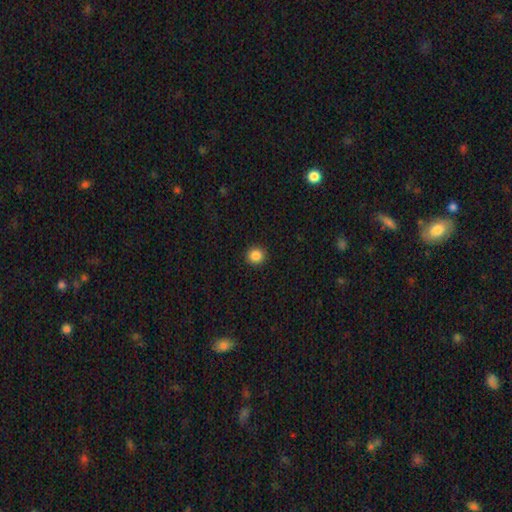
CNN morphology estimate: The model was most divided on "smooth or featured": smooth: 86%, star or artifact: 10%, featured or disk: 4%. More confident: merging — none (93%); how rounded — round (89%).